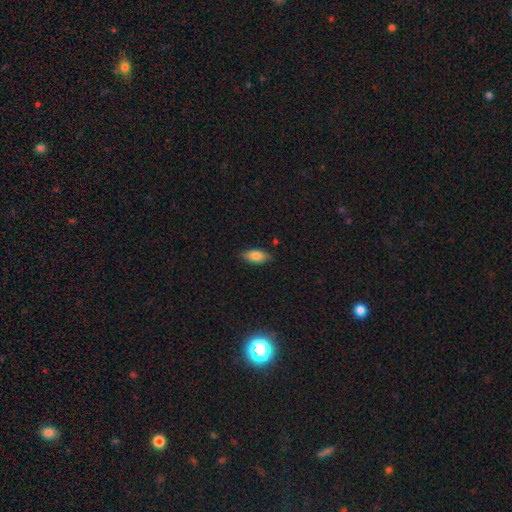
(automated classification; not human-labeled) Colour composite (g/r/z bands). It shows a smooth galaxy with no disk features (84%) that is in between round and cigar-shaped (88%). Merging: none (82%).